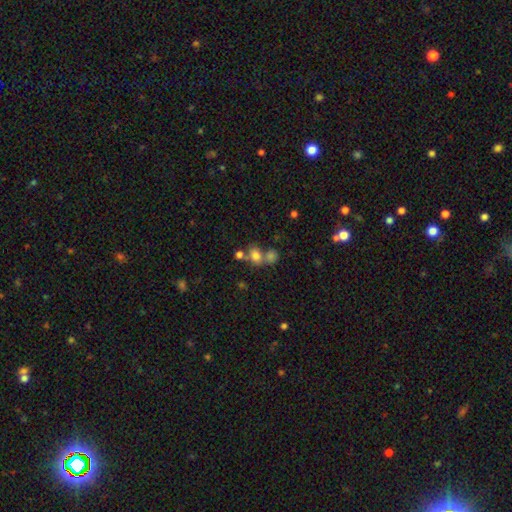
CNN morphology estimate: Smooth or featured? Predicted: smooth (p=0.74). How rounded? Predicted: round (p=0.55). Merging? Predicted: merger (p=0.43).